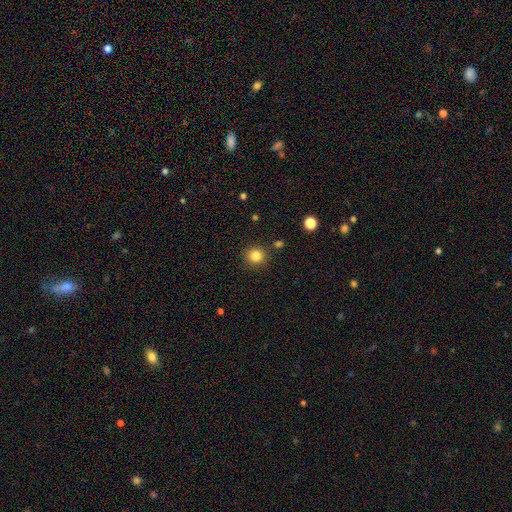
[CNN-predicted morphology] smooth_or_featured: smooth (p=0.83) [alt: star or artifact p=0.12]
how_rounded: round (p=0.93) [alt: in between p=0.06]
merging: none (p=0.88) [alt: minor disturbance p=0.07]